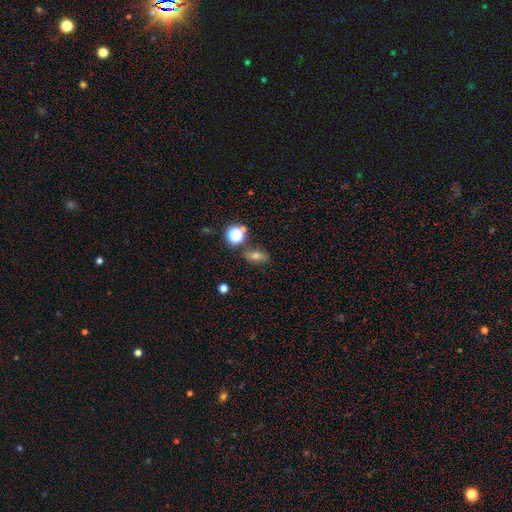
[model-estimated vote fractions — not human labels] Smooth or featured? Predicted: smooth (p=0.56). How rounded? Predicted: in between (p=0.66). Merging? Predicted: none (p=0.78).